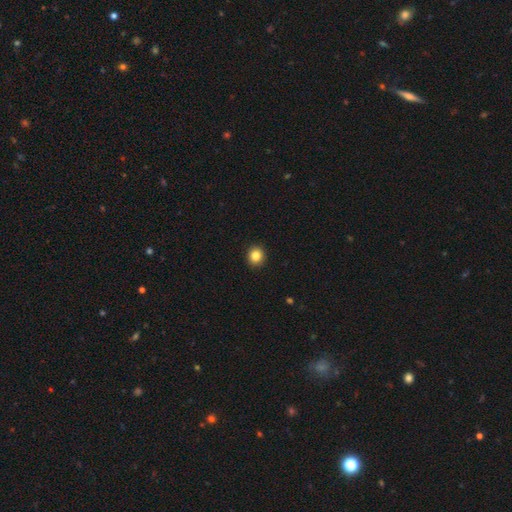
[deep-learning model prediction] This appears to be a smooth galaxy with no disk features (84%) that is round (89%). Merging: none (93%).